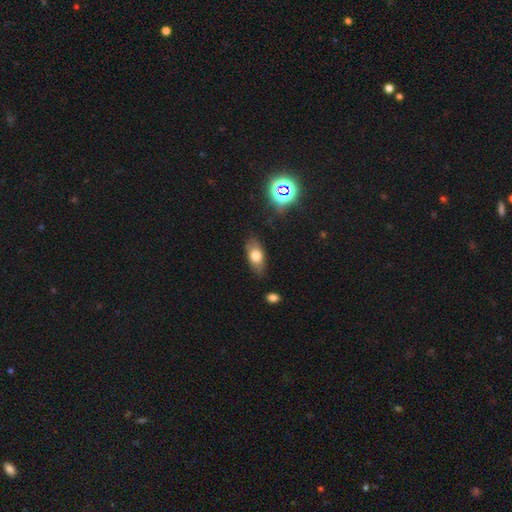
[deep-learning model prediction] Smooth or featured?
  - smooth: 70% *
  - featured or disk: 20%
  - star or artifact: 10%
How rounded?
  - in between: 85% *
  - cigar-shaped: 9%
  - round: 6%
Merging?
  - none: 78% *
  - minor disturbance: 16%
  - major disturbance: 3%
  - merger: 2%